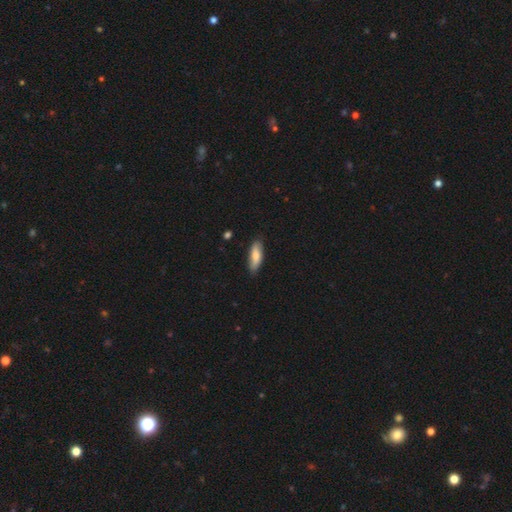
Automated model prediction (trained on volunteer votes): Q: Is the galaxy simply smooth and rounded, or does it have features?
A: smooth — 74%.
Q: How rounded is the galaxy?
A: in between — 61%.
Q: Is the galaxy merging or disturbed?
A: none — 83%.